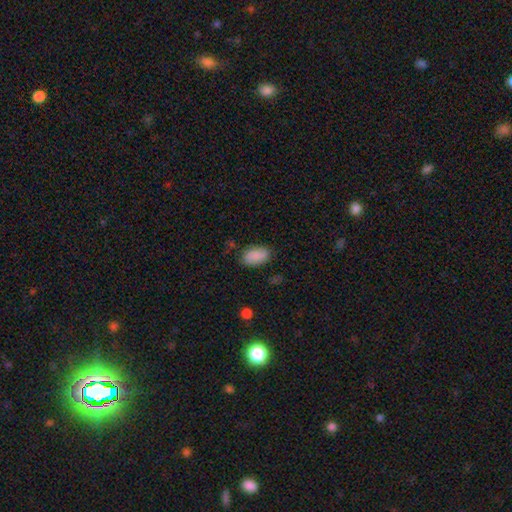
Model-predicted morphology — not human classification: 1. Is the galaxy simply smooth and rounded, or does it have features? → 89% smooth, 7% star or artifact, 4% featured or disk.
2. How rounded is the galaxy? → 93% in between, 4% round, 3% cigar-shaped.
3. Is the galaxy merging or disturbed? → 82% none, 13% minor disturbance, 3% major disturbance, 2% merger.